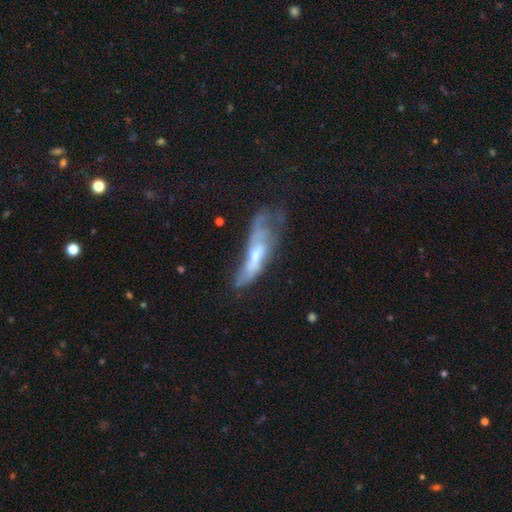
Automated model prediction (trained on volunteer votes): smooth-or-featured: featured or disk: 54% | smooth: 37% | star or artifact: 9%
  disk-edge-on: no: 71% | yes: 29%
  merging: major disturbance: 39% | none: 28% | minor disturbance: 25% | merger: 7%